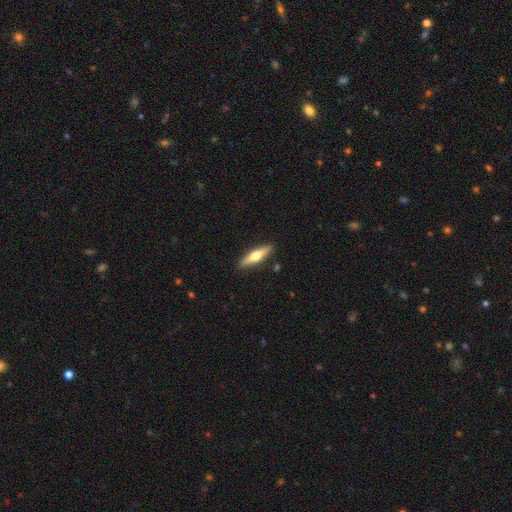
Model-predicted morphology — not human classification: featured or disk 48%, smooth 47%, star or artifact 5%. Down the decision tree: merging — none (90%).